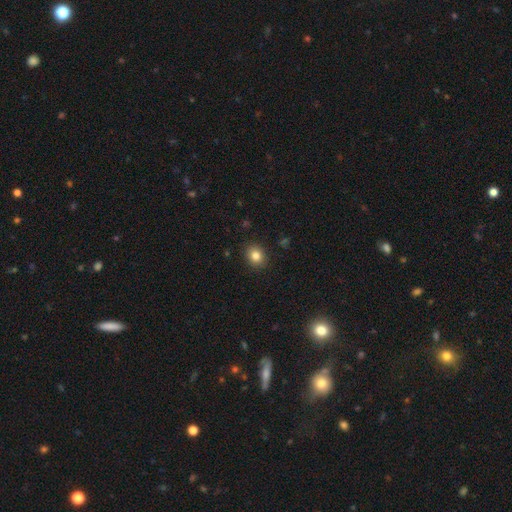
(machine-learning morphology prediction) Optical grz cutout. It shows a smooth galaxy with no disk features (83%) that is round (66%). Merging: none (89%).